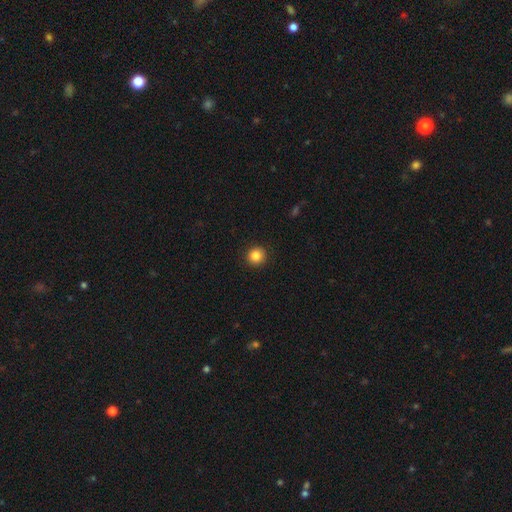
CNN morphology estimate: Q: Smooth or featured?
A: smooth (86%); runner-up: star or artifact (10%)
Q: How rounded?
A: round (94%); runner-up: in between (5%)
Q: Merging?
A: none (93%); runner-up: minor disturbance (5%)